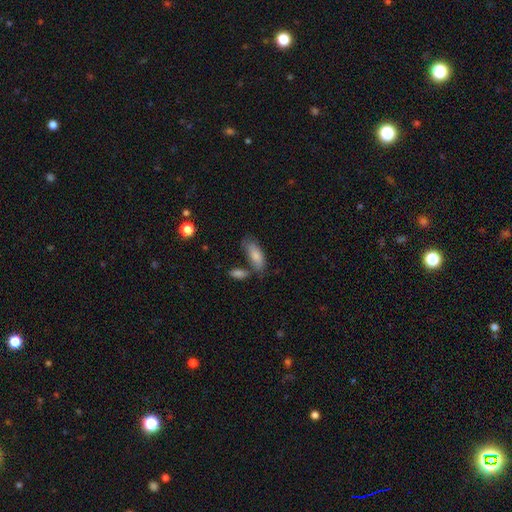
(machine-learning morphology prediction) smooth_or_featured: smooth (p=0.80) [alt: featured or disk p=0.14]
how_rounded: in between (p=0.78) [alt: cigar-shaped p=0.20]
merging: none (p=0.52) [alt: minor disturbance p=0.21]